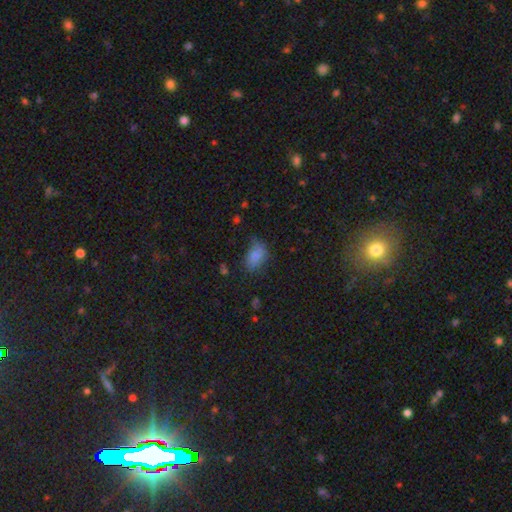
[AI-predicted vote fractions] A smooth galaxy with no disk features (80%) that is in between round and cigar-shaped (88%). Merging: none (59%).